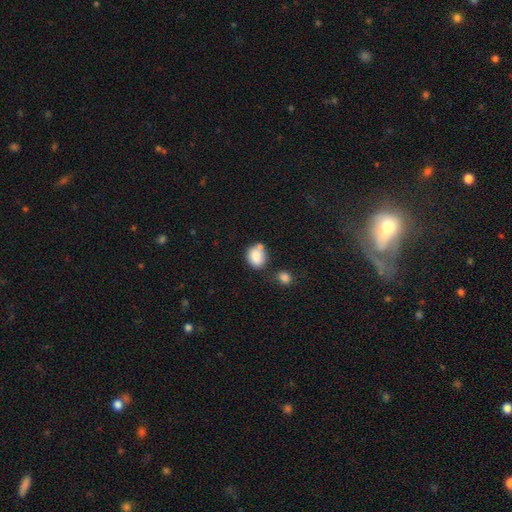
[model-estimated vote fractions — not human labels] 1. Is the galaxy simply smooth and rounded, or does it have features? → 82% smooth, 9% featured or disk, 8% star or artifact.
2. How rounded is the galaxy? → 56% round, 43% in between, 1% cigar-shaped.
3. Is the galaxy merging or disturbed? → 52% none, 24% merger, 19% minor disturbance, 5% major disturbance.